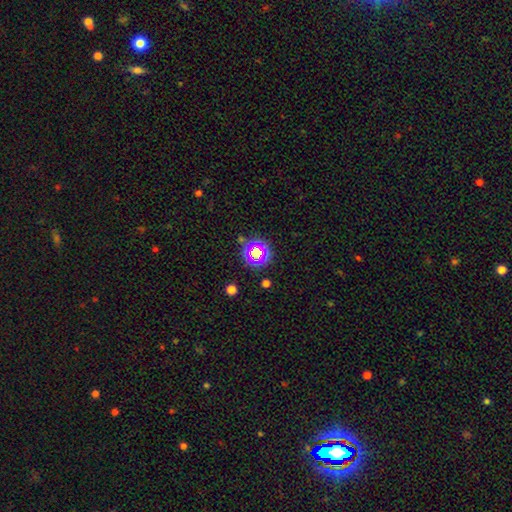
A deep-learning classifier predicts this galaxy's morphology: type=star or artifact (54%).